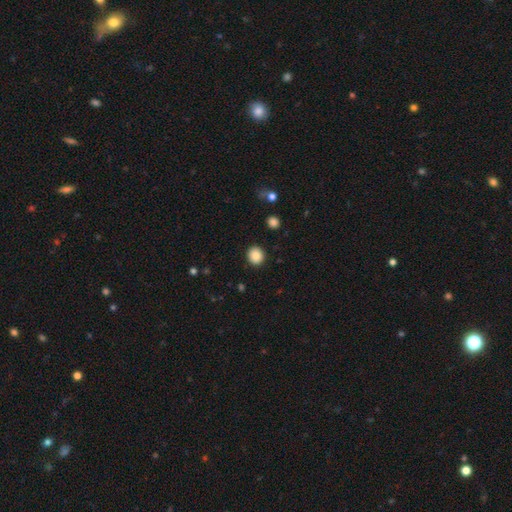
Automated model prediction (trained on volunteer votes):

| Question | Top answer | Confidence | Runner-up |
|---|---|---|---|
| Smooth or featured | smooth | 88% | star or artifact (9%) |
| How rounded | round | 83% | in between (16%) |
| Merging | none | 91% | minor disturbance (6%) |